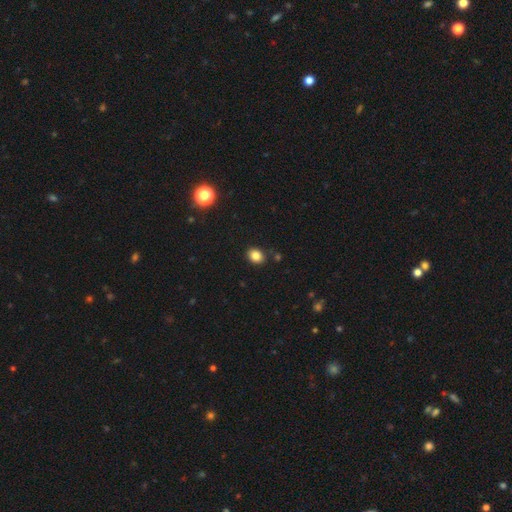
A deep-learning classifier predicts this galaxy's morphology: Q: Smooth or featured?
A: smooth (84%); runner-up: star or artifact (11%)
Q: How rounded?
A: in between (50%); runner-up: round (49%)
Q: Merging?
A: none (85%); runner-up: minor disturbance (9%)